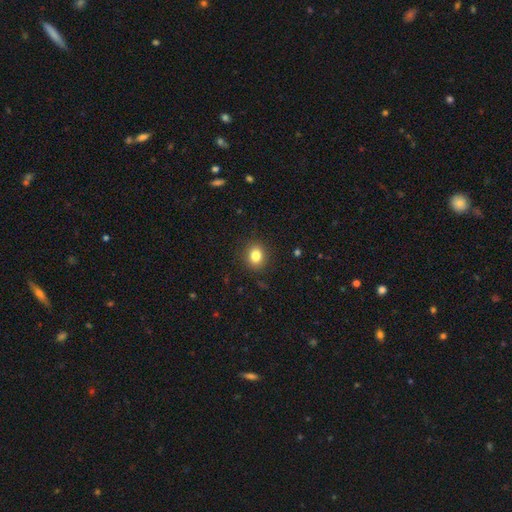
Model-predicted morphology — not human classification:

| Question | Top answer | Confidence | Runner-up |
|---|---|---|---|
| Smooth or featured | smooth | 83% | star or artifact (11%) |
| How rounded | round | 61% | in between (38%) |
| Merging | none | 88% | minor disturbance (8%) |